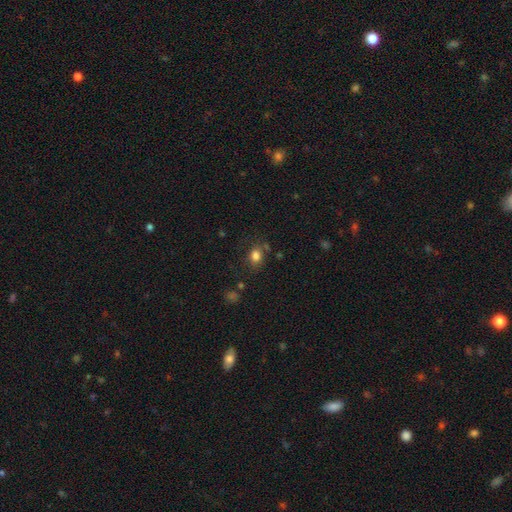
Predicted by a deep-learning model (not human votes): Smooth or featured? smooth (81%)
How rounded? in between (56%)
Merging? none (71%)